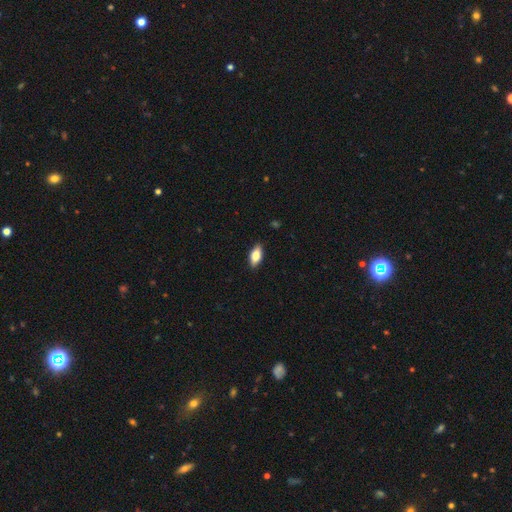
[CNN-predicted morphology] This appears to be a smooth galaxy with no disk features (78%) that is in between round and cigar-shaped (87%). Merging: none (86%).